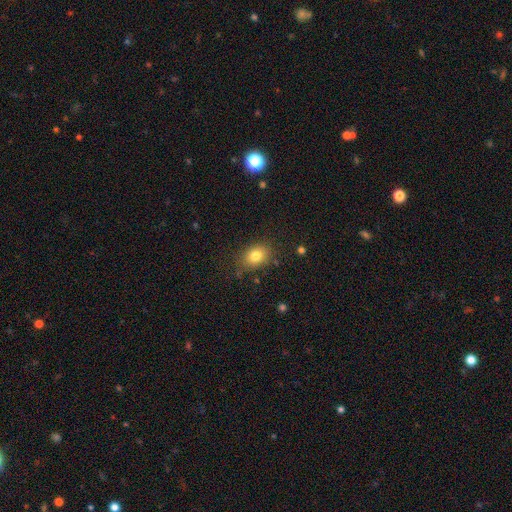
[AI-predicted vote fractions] Smooth or featured?
  - smooth: 81% *
  - star or artifact: 11%
  - featured or disk: 9%
How rounded?
  - in between: 65% *
  - round: 34%
  - cigar-shaped: 1%
Merging?
  - none: 80% *
  - minor disturbance: 14%
  - major disturbance: 4%
  - merger: 2%